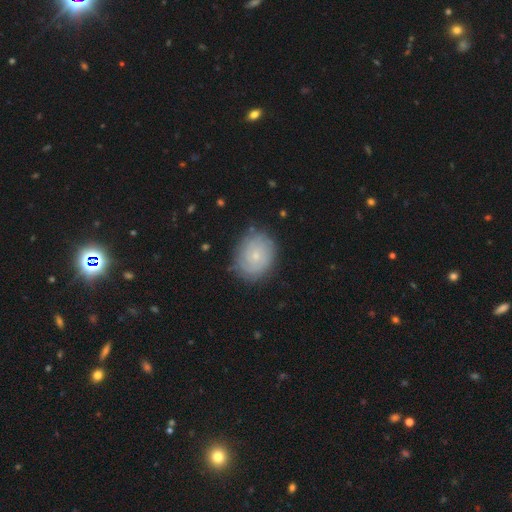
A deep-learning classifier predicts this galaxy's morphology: smooth-or-featured: featured or disk: 58% | smooth: 34% | star or artifact: 8%
  disk-edge-on: no: 97% | yes: 3%
    bar: no: 81% | weak: 17% | strong: 2%
    has-spiral-arms: yes: 85% | no: 15%
    bulge-size: small: 77% | moderate: 18% | none: 2% | large: 1% | dominant: 1%
  merging: none: 80% | minor disturbance: 15% | major disturbance: 4% | merger: 1%